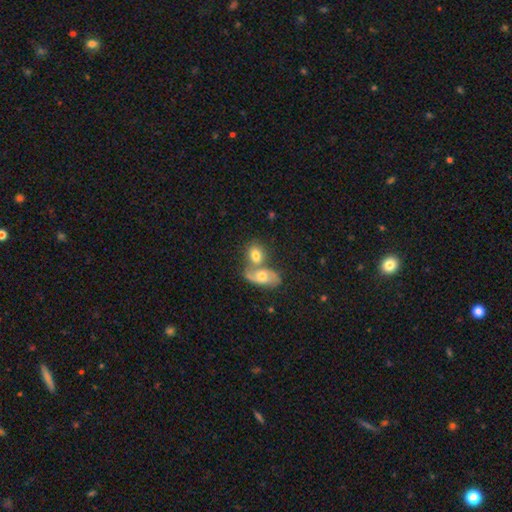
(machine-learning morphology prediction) Smooth or featured: smooth — 65% (featured or disk — 28%)
How rounded: in between — 73% (round — 24%)
Merging: merger — 55% (none — 31%)